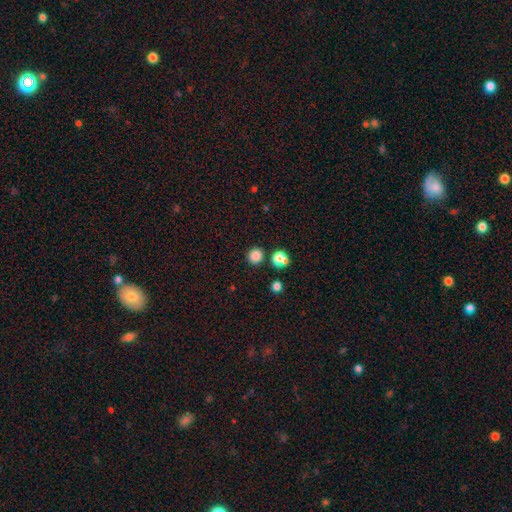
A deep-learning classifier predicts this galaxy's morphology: smooth-or-featured: smooth: 83% | star or artifact: 13% | featured or disk: 4%
  how-rounded: round: 92% | in between: 7% | cigar-shaped: 1%
  merging: none: 86% | minor disturbance: 6% | merger: 5% | major disturbance: 2%